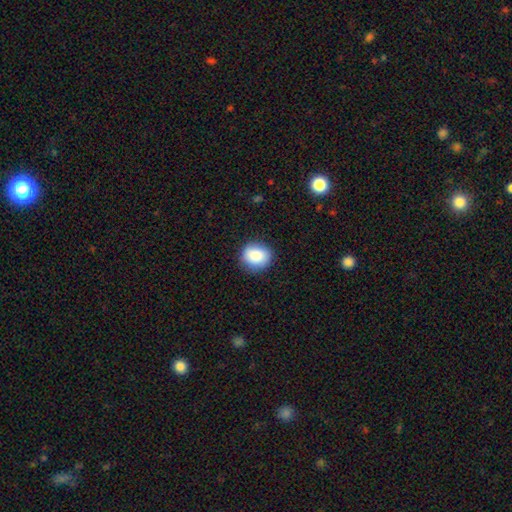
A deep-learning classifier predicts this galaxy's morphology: Q: Smooth or featured?
A: smooth (86%); runner-up: star or artifact (8%)
Q: How rounded?
A: round (78%); runner-up: in between (21%)
Q: Merging?
A: none (86%); runner-up: minor disturbance (11%)